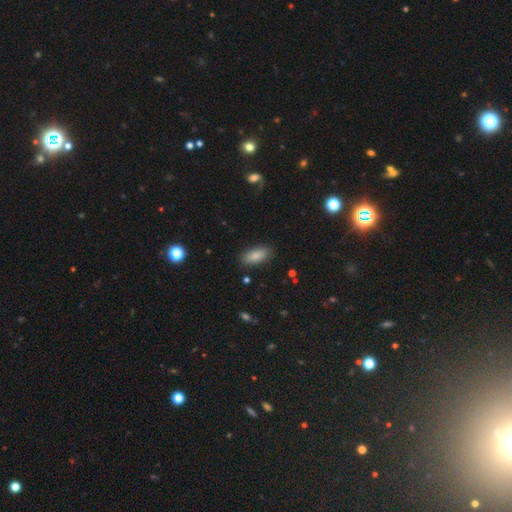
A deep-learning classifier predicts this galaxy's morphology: This is clearly a smooth galaxy (86%). How rounded: clearly in between (86%). Merging: clearly none (87%).